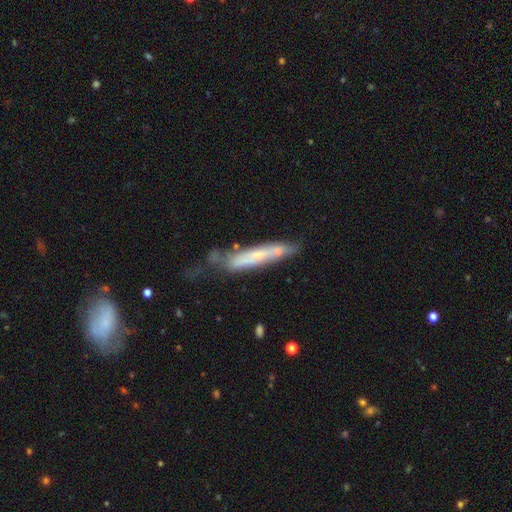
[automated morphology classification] Smooth or featured: featured or disk — 47% (smooth — 45%)
Merging: none — 42% (minor disturbance — 28%)